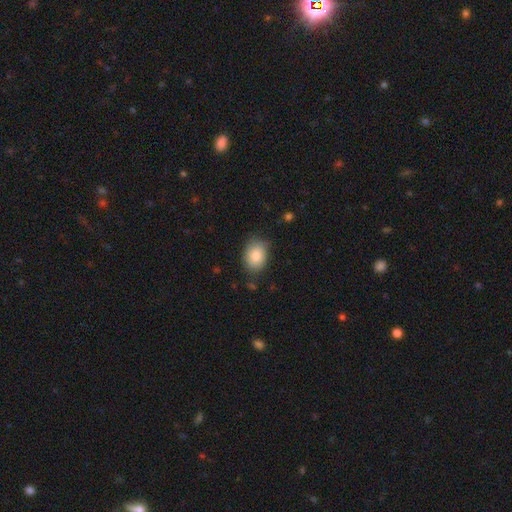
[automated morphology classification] A smooth galaxy with no disk features (84%) that is in between round and cigar-shaped (72%).

Vote fractions:
- Smooth or featured? smooth: 84% / featured or disk: 9% / star or artifact: 8%
- How rounded? in between: 72% / round: 27% / cigar-shaped: 1%
- Merging? none: 77% / minor disturbance: 18% / major disturbance: 4% / merger: 2%